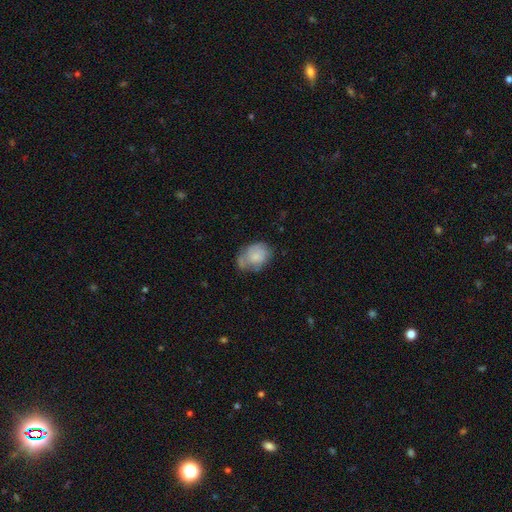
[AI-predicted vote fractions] Overall: smooth (54%; featured or disk 38%). How rounded: in between (66%; round 33%). Merging: none (49%; minor disturbance 32%).